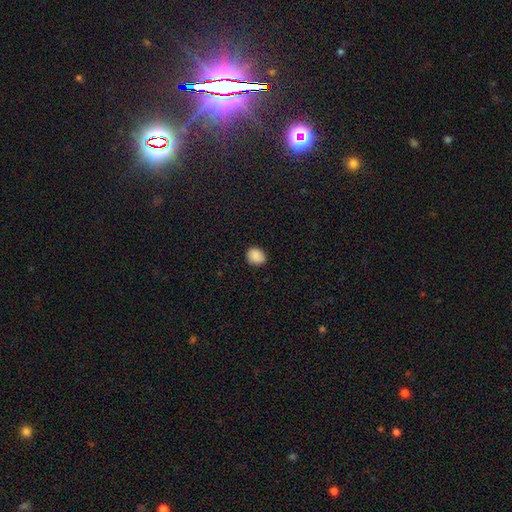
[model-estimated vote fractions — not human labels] A smooth galaxy with no disk features (86%) that is round (57%).

Vote fractions:
- Smooth or featured? smooth: 86% / star or artifact: 8% / featured or disk: 6%
- How rounded? round: 57% / in between: 42% / cigar-shaped: 1%
- Merging? none: 83% / minor disturbance: 14% / major disturbance: 2% / merger: 1%